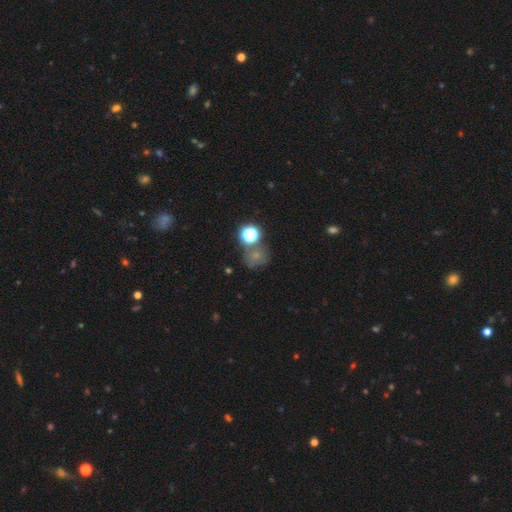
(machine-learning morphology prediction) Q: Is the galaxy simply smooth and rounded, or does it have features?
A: smooth — 54%.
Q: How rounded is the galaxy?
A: round — 79%.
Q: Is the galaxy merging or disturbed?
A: none — 55%.